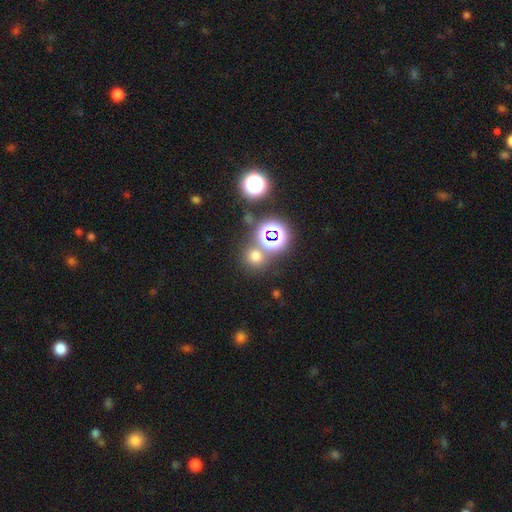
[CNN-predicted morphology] Overall: smooth (61%; star or artifact 32%). How rounded: round (88%). Merging: none (73%).